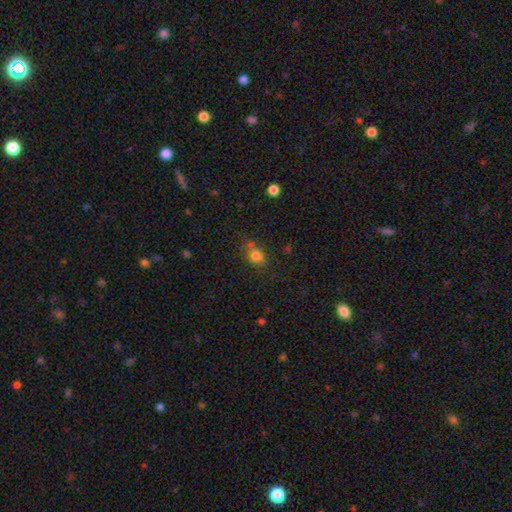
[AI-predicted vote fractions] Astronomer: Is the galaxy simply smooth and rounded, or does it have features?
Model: smooth — 77%.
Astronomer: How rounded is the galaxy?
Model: round — 53% (runner-up: in between, 45%).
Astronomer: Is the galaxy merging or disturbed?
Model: none — 56%.